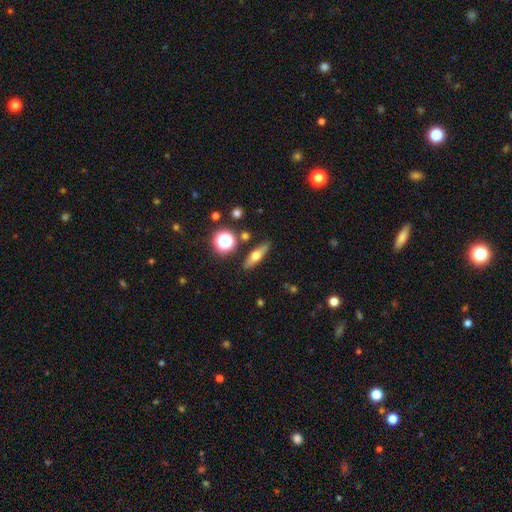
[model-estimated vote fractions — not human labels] This is possibly a smooth galaxy (51%). How rounded: possibly cigar-shaped (53%). Merging: clearly none (86%).